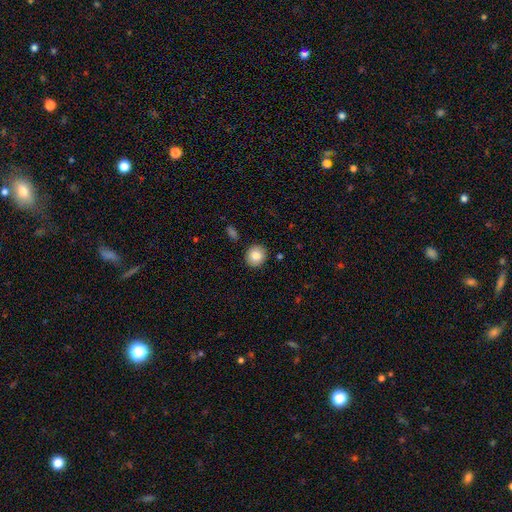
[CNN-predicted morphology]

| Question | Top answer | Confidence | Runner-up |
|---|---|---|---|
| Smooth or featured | smooth | 83% | featured or disk (9%) |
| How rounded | round | 88% | in between (11%) |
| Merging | none | 90% | minor disturbance (7%) |